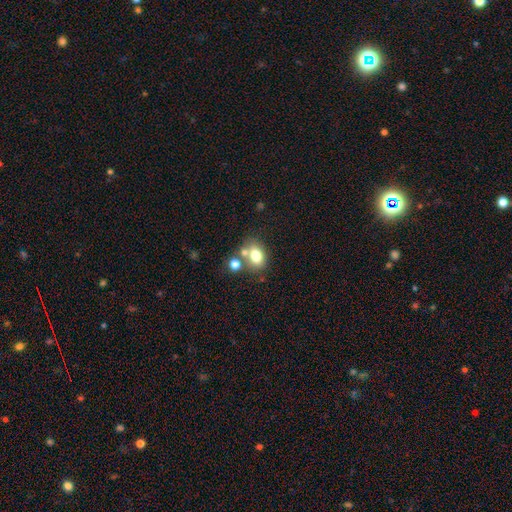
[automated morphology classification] Q: Smooth or featured?
A: smooth (74%); runner-up: featured or disk (14%)
Q: How rounded?
A: in between (59%); runner-up: round (40%)
Q: Merging?
A: none (55%); runner-up: merger (28%)